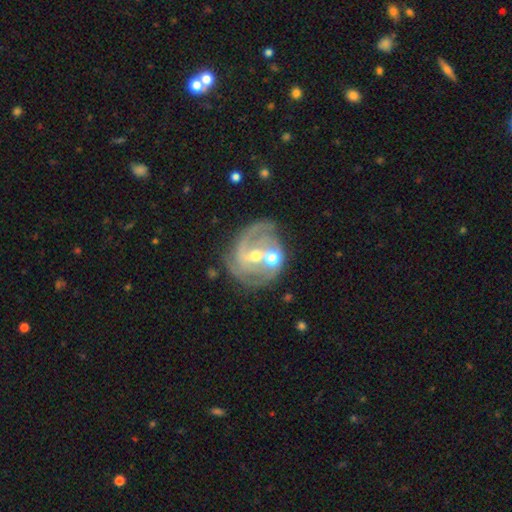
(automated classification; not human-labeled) Smooth or featured? Predicted: featured or disk (p=0.82). Edge-on disk? Predicted: no (p=0.97). Bar? Predicted: weak (p=0.44). Spiral arms? Predicted: yes (p=0.91). Spiral winding? Predicted: tight (p=0.49). Spiral arm count? Predicted: 2 (p=0.51). Bulge size? Predicted: moderate (p=0.63). Merging? Predicted: none (p=0.54).